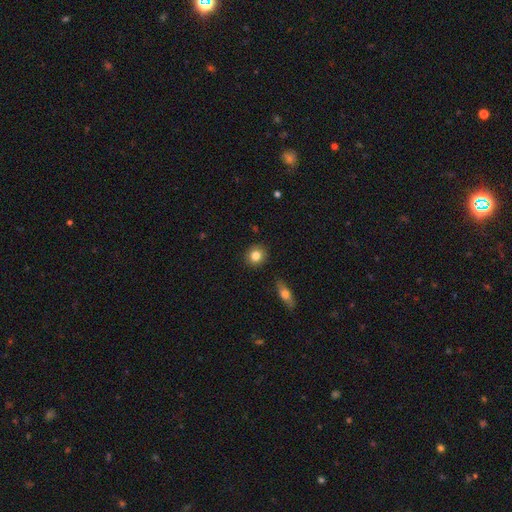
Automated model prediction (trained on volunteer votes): smooth-or-featured: smooth: 82% | featured or disk: 9% | star or artifact: 9%
  how-rounded: round: 85% | in between: 13% | cigar-shaped: 1%
  merging: none: 90% | minor disturbance: 7% | merger: 2% | major disturbance: 2%